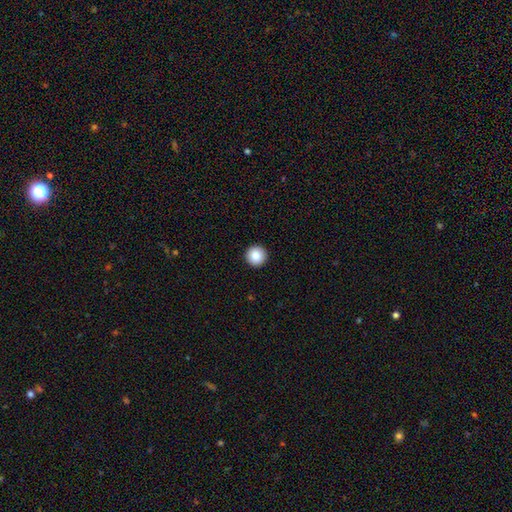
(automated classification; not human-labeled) smooth_or_featured: smooth (p=0.86) [alt: star or artifact p=0.09]
how_rounded: round (p=0.97) [alt: in between p=0.02]
merging: none (p=0.94) [alt: minor disturbance p=0.04]